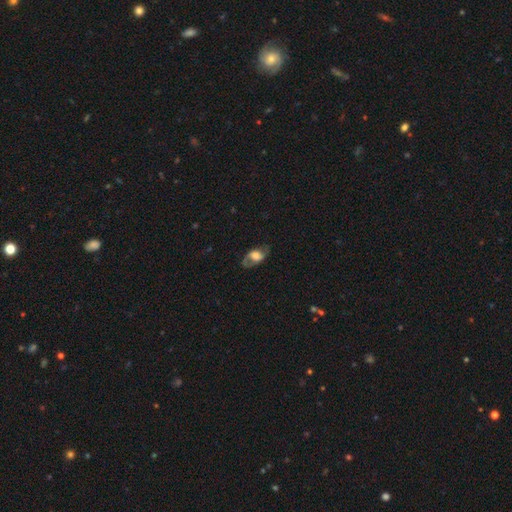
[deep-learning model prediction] This is possibly a featured or disk galaxy (52%). It is clearly not viewed edge-on (89%). Merging: likely none (63%).